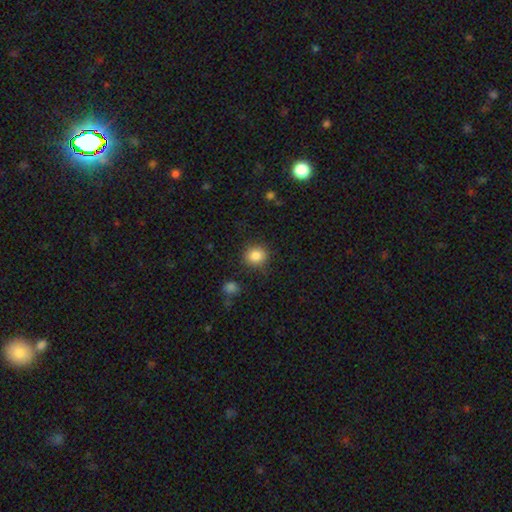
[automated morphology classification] This appears to be a smooth galaxy with no disk features (85%) that is round (79%). Merging: none (83%).